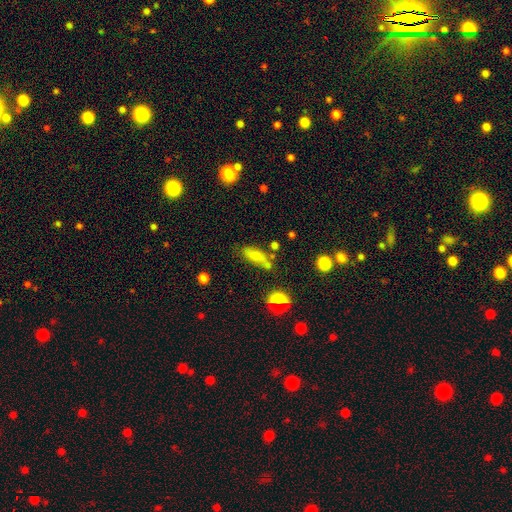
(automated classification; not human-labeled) smooth_or_featured: smooth (p=0.68) [alt: featured or disk p=0.19]
how_rounded: in between (p=0.70) [alt: cigar-shaped p=0.25]
merging: none (p=0.57) [alt: minor disturbance p=0.20]